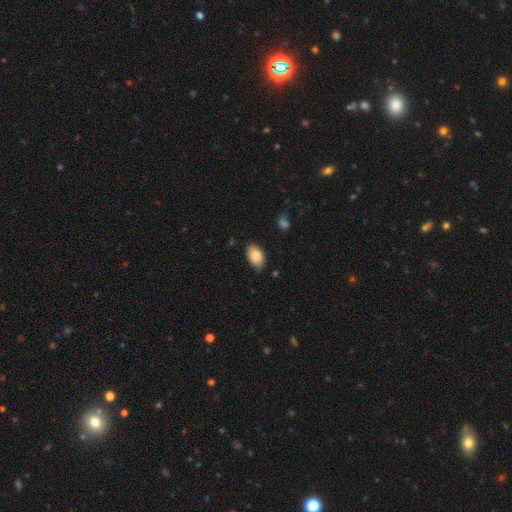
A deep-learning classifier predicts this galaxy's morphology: Smooth or featured? smooth (84%)
How rounded? in between (93%)
Merging? none (74%)